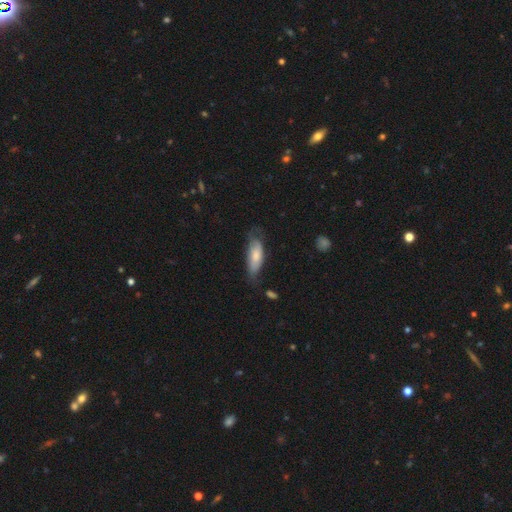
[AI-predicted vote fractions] Q: Smooth or featured?
A: smooth (70%); runner-up: featured or disk (24%)
Q: How rounded?
A: in between (74%); runner-up: cigar-shaped (25%)
Q: Merging?
A: none (51%); runner-up: minor disturbance (33%)